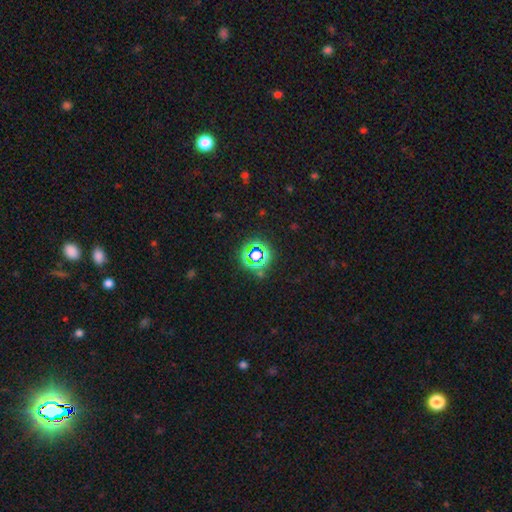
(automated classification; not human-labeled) This appears to be a star or artifact, not a galaxy (71%).